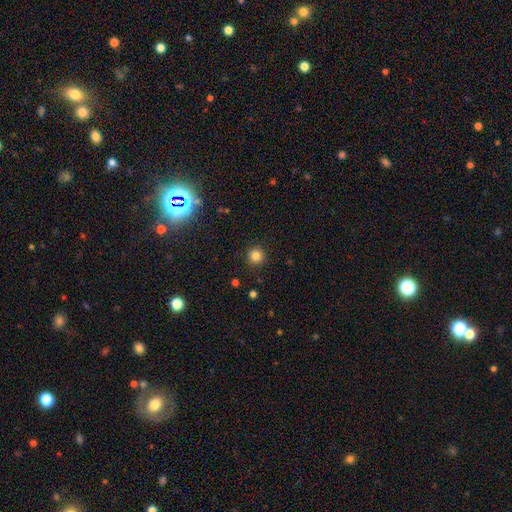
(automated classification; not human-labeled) Smooth or featured? smooth (82%)
How rounded? round (95%)
Merging? none (91%)